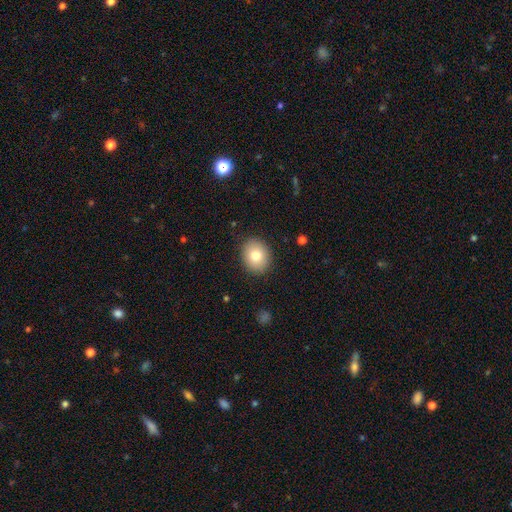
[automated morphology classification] Smooth or featured?
  - smooth: 79% *
  - featured or disk: 12%
  - star or artifact: 9%
How rounded?
  - round: 60% *
  - in between: 40%
  - cigar-shaped: 1%
Merging?
  - none: 89% *
  - minor disturbance: 8%
  - major disturbance: 2%
  - merger: 1%